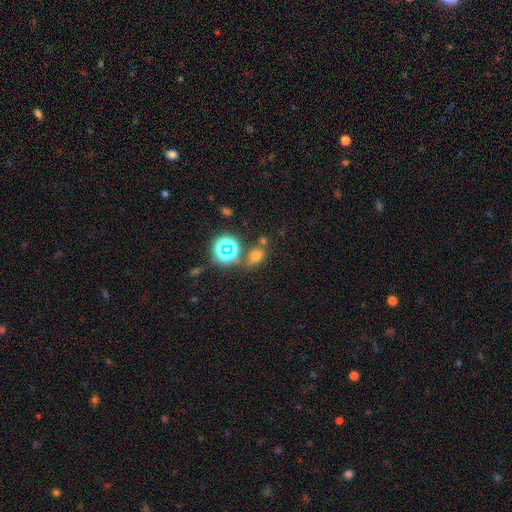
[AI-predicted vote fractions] Q: Smooth or featured?
A: smooth (62%); runner-up: star or artifact (29%)
Q: How rounded?
A: in between (62%); runner-up: round (36%)
Q: Merging?
A: none (70%); runner-up: minor disturbance (13%)